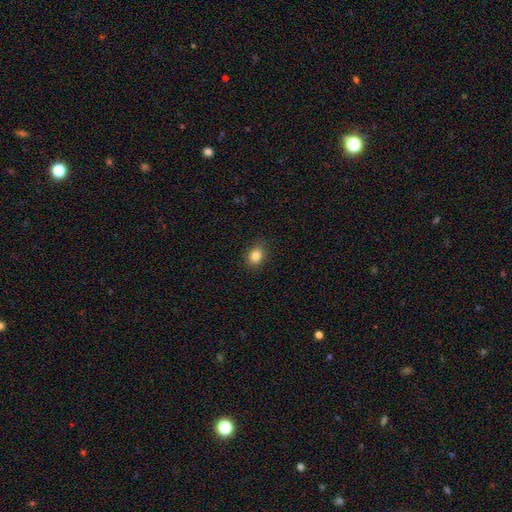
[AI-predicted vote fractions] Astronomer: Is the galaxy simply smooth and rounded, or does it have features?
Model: smooth — 84%.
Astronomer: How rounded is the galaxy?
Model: in between — 59% (runner-up: round, 39%).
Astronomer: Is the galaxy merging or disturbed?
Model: none — 87%.